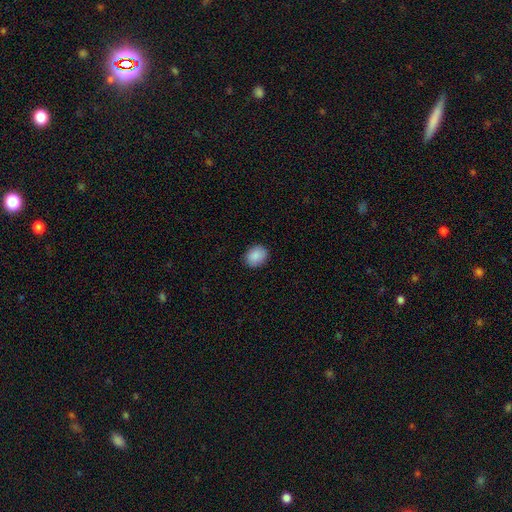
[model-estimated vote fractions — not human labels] This is clearly a smooth galaxy (89%). How rounded: possibly in between (51%). Merging: clearly none (89%).